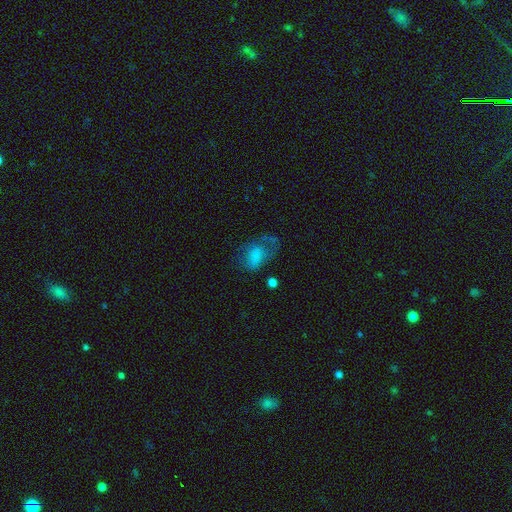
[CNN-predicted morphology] Smooth or featured? Predicted: smooth (p=0.62). How rounded? Predicted: in between (p=0.82). Merging? Predicted: major disturbance (p=0.46).